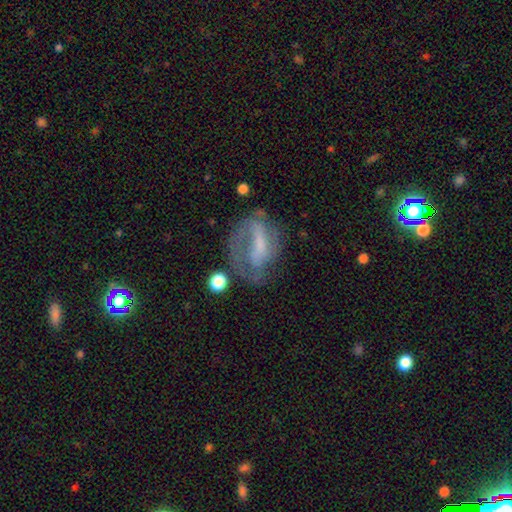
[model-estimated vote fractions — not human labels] A featured or disk galaxy (61%) with a weak bar (36%), spiral arms (60%) and no central bulge (39%). Merging: none (38%).